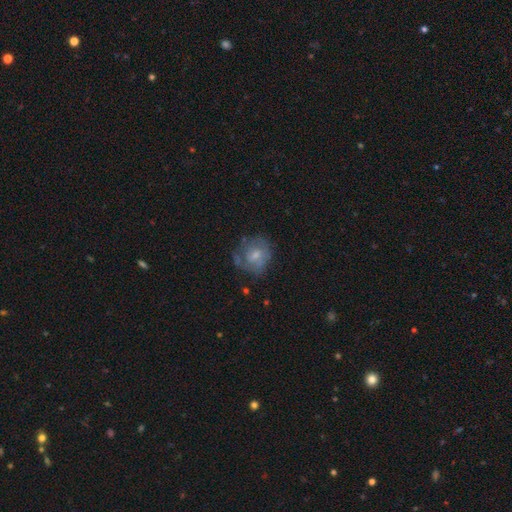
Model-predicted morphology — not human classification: smooth_or_featured: featured or disk (p=0.49) [alt: smooth p=0.43]
merging: none (p=0.52) [alt: minor disturbance p=0.25]